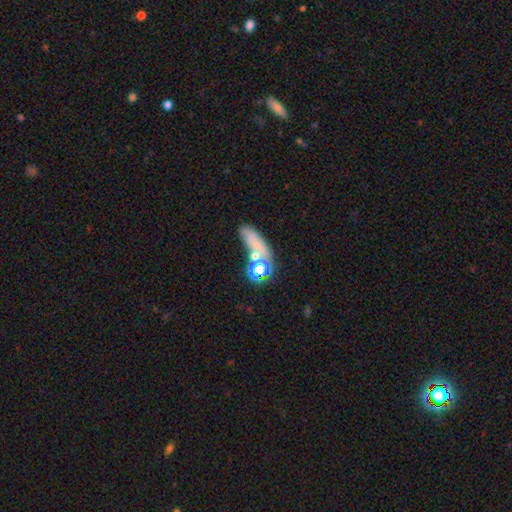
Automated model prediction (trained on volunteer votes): Smooth or featured? smooth (50%)
How rounded? in between (51%)
Merging? none (50%)